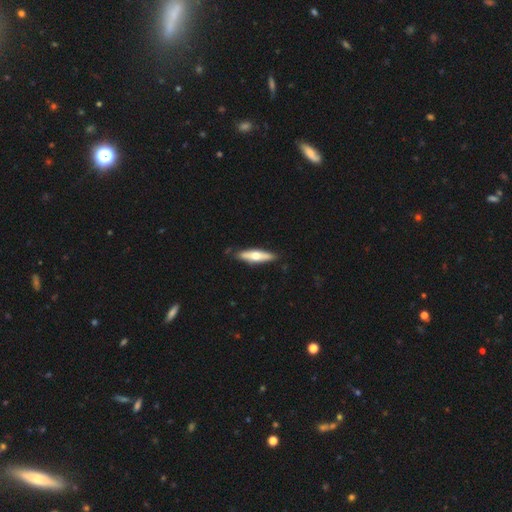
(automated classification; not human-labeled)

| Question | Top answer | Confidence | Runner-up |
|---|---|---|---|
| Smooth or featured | featured or disk | 49% | smooth (46%) |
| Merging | none | 85% | minor disturbance (11%) |